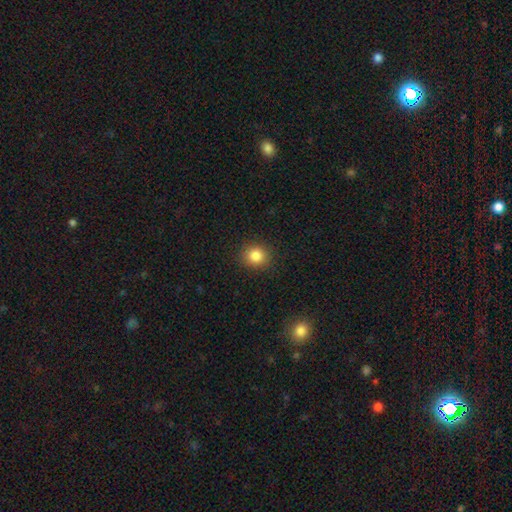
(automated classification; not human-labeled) A smooth galaxy with no disk features (84%) that is round (86%). Merging: none (90%).